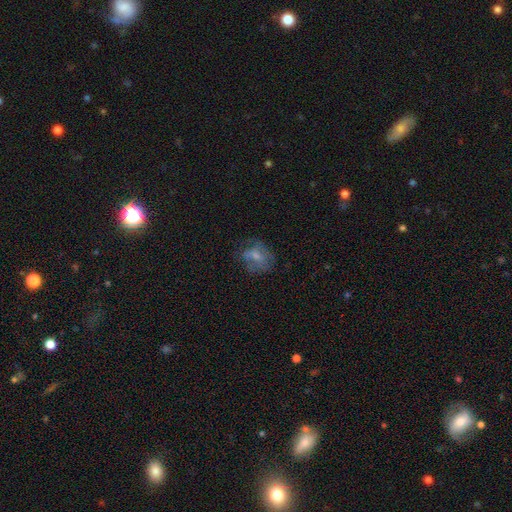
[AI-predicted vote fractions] Smooth or featured: smooth — 50% (featured or disk — 40%)
How rounded: in between — 53% (round — 45%)
Merging: none — 55% (minor disturbance — 25%)